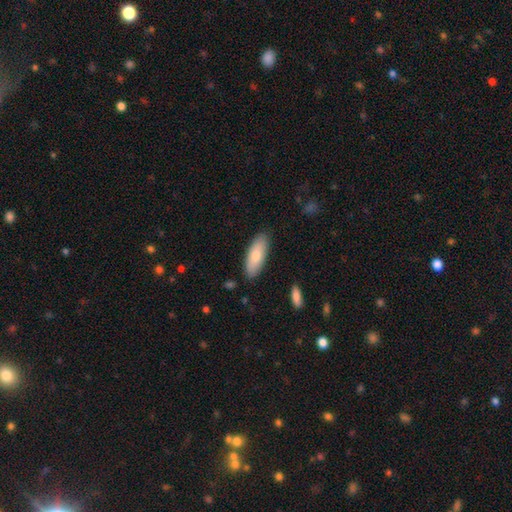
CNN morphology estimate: Smooth or featured: smooth — 77% (featured or disk — 17%)
How rounded: in between — 74% (cigar-shaped — 25%)
Merging: none — 86% (minor disturbance — 11%)